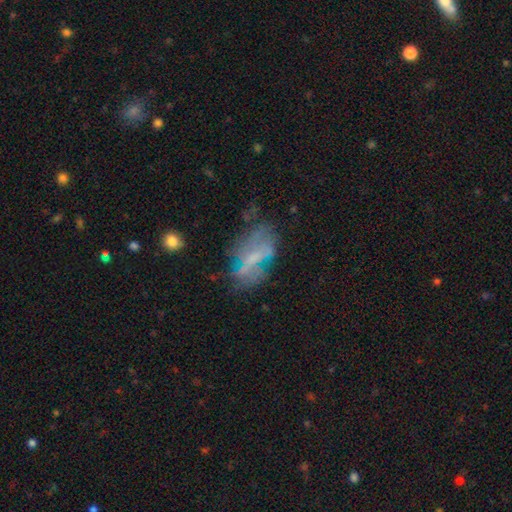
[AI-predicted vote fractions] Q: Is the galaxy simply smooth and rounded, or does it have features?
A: featured or disk — 55%.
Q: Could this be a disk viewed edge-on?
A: no — 88%.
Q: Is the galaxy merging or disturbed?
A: none — 45%.